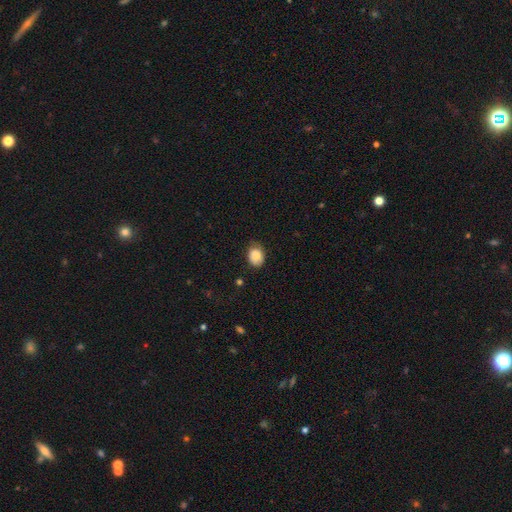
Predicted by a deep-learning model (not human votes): smooth-or-featured: smooth: 83% | featured or disk: 9% | star or artifact: 8%
  how-rounded: in between: 64% | round: 35% | cigar-shaped: 1%
  merging: none: 66% | minor disturbance: 27% | major disturbance: 5% | merger: 1%